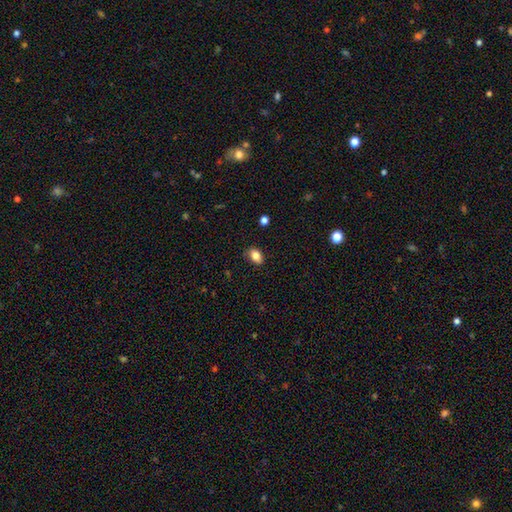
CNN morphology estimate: Smooth or featured?
  - smooth: 83% *
  - star or artifact: 9%
  - featured or disk: 8%
How rounded?
  - in between: 82% *
  - round: 16%
  - cigar-shaped: 2%
Merging?
  - none: 83% *
  - minor disturbance: 13%
  - major disturbance: 2%
  - merger: 1%